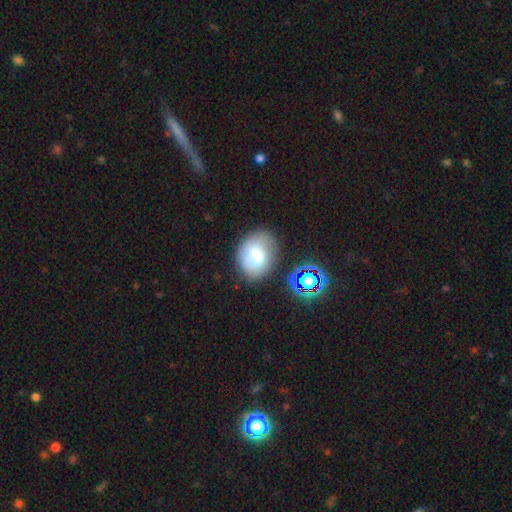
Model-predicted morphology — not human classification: Q: Smooth or featured?
A: smooth (69%); runner-up: featured or disk (19%)
Q: How rounded?
A: in between (61%); runner-up: round (38%)
Q: Merging?
A: none (64%); runner-up: minor disturbance (21%)